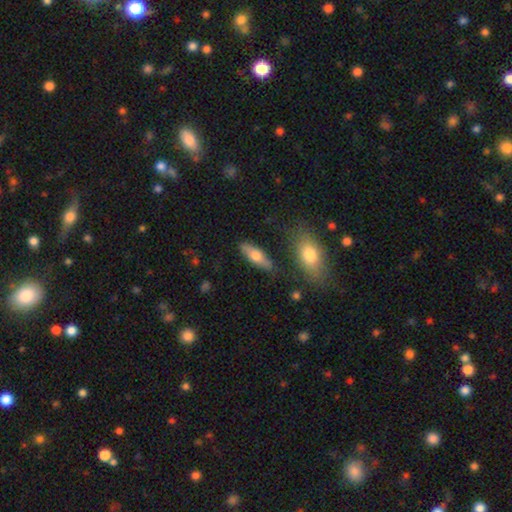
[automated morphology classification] Smooth or featured?
  - smooth: 63% *
  - featured or disk: 31%
  - star or artifact: 6%
How rounded?
  - in between: 54% *
  - cigar-shaped: 43%
  - round: 3%
Merging?
  - none: 82% *
  - minor disturbance: 11%
  - merger: 4%
  - major disturbance: 3%